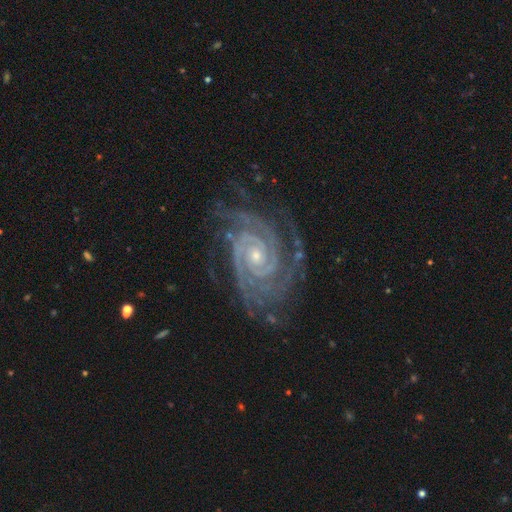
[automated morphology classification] This appears to be a featured or disk galaxy (94%) with no bar (70%), 2 (51%) tight (83%) spiral arms (99%) and a small central bulge (71%). Merging: none (72%).